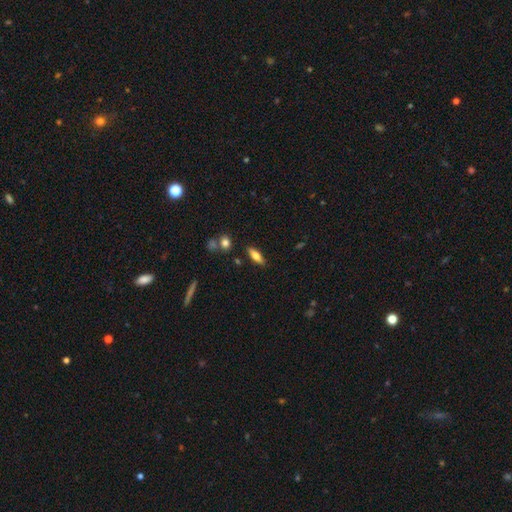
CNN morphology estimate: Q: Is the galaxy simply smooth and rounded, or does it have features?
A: smooth — 68%.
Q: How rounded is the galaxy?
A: in between — 60%.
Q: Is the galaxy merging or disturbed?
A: none — 85%.